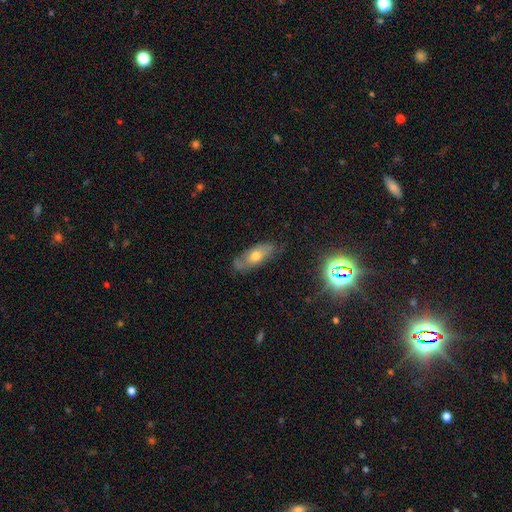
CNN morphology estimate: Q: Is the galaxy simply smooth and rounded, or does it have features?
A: smooth — 45%.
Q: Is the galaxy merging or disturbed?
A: none — 73%.